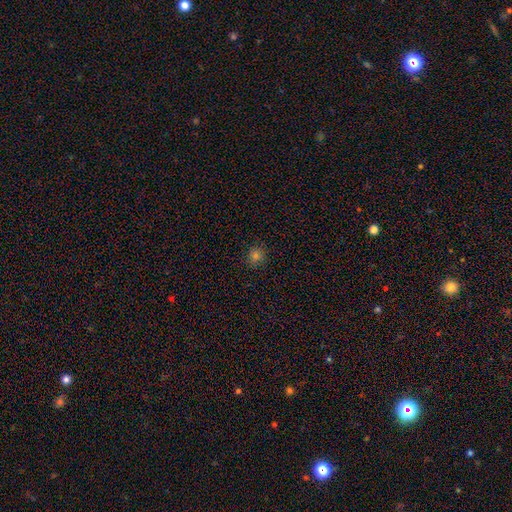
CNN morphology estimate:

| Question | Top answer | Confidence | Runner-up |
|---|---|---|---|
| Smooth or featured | smooth | 76% | star or artifact (18%) |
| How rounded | round | 90% | in between (9%) |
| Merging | none | 89% | minor disturbance (8%) |